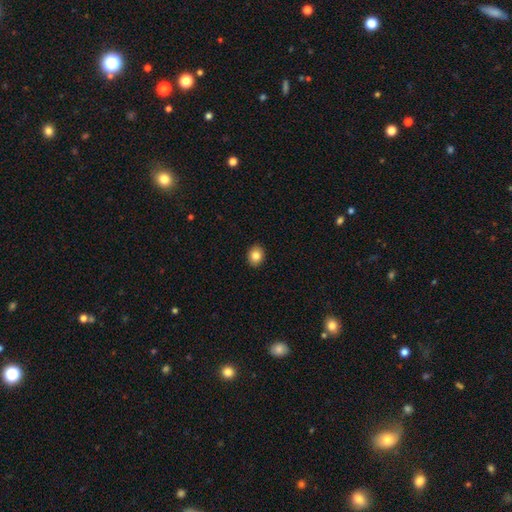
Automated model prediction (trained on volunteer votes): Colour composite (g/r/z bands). It shows a smooth galaxy with no disk features (84%) that is round (50%). Merging: none (92%).